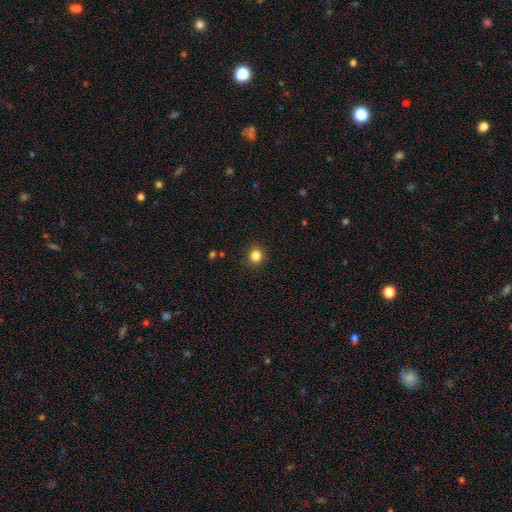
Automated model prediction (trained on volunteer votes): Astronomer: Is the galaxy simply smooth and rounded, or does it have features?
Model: smooth — 84%.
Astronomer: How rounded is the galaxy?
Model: round — 89%.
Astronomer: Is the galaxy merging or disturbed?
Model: none — 92%.